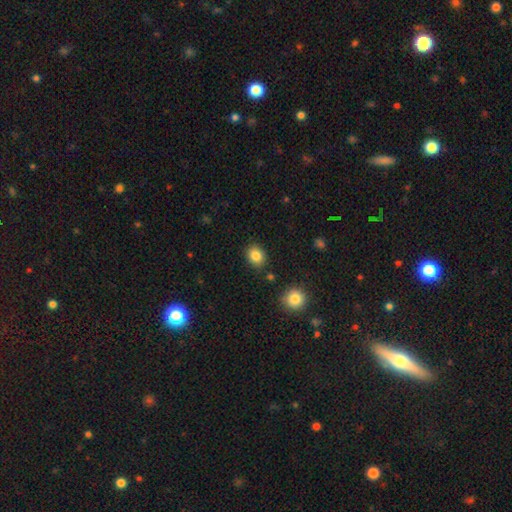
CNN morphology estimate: A smooth galaxy with no disk features (84%) that is round (53%).

Vote fractions:
- Smooth or featured? smooth: 84% / star or artifact: 9% / featured or disk: 6%
- How rounded? round: 53% / in between: 47% / cigar-shaped: 1%
- Merging? none: 86% / minor disturbance: 9% / merger: 3% / major disturbance: 2%